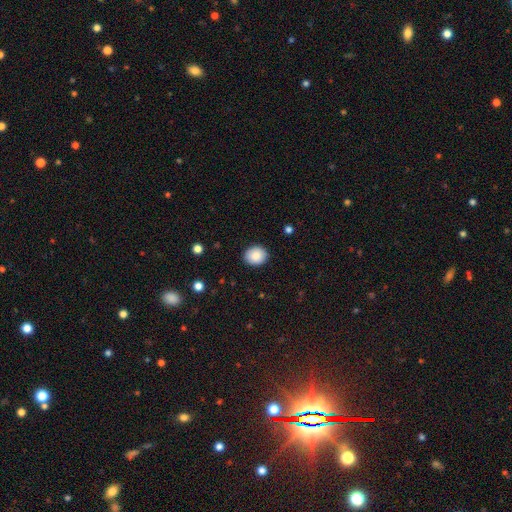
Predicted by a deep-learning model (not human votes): Smooth or featured? Predicted: smooth (p=0.87). How rounded? Predicted: round (p=0.66). Merging? Predicted: none (p=0.90).